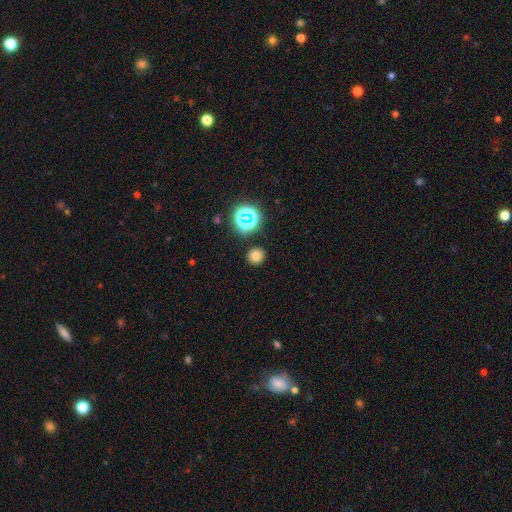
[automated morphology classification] Overall: smooth (72%). How rounded: round (91%). Merging: none (90%).